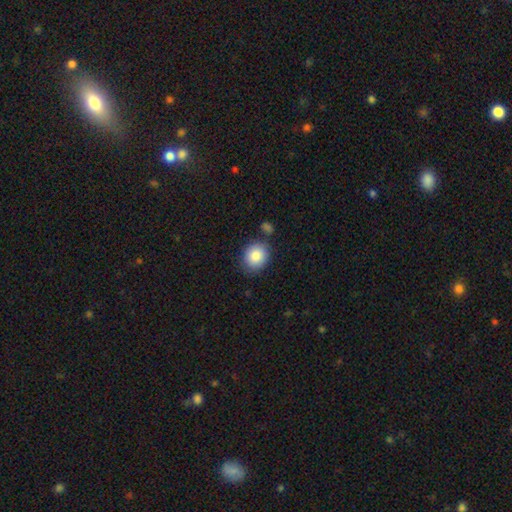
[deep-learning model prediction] The model was most divided on "how rounded": round: 72%, in between: 27%, cigar-shaped: 1%. More confident: smooth or featured — smooth (86%); merging — none (78%).